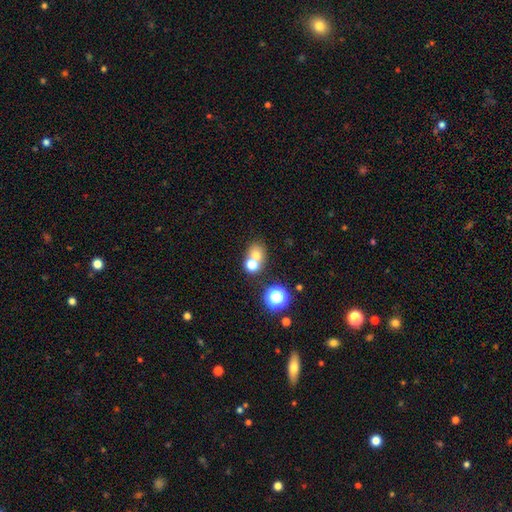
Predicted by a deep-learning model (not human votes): Overall: smooth (69%). How rounded: round (68%; in between 31%). Merging: merger (46%; none 44%).